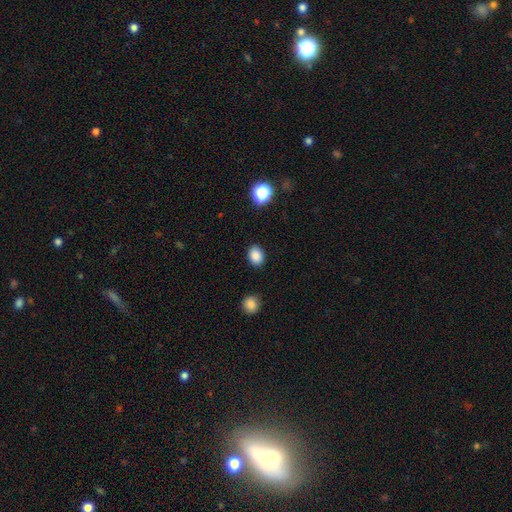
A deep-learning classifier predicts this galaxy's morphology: This is clearly a smooth galaxy (85%). How rounded: likely in between (62%). Merging: clearly none (88%).